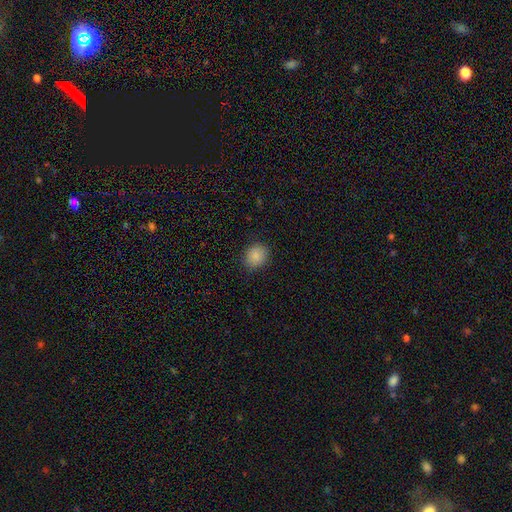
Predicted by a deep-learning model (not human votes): Smooth or featured? smooth (87%)
How rounded? round (67%)
Merging? none (87%)